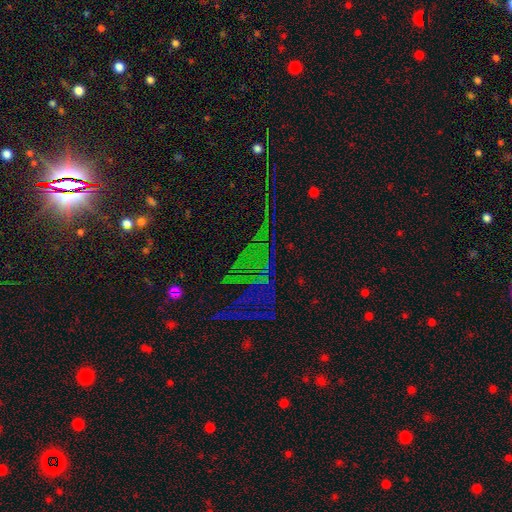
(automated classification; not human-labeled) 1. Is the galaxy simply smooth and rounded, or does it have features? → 73% star or artifact, 14% featured or disk, 13% smooth.